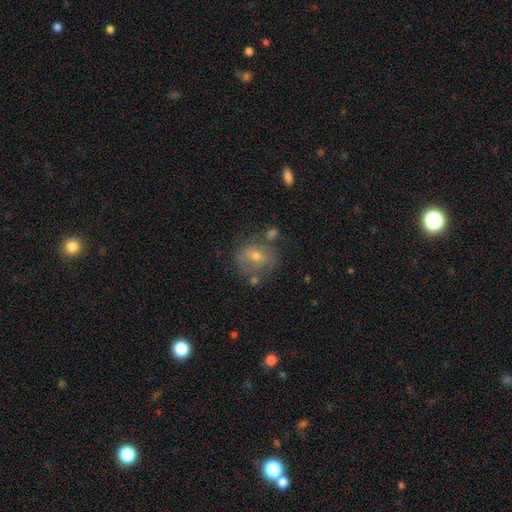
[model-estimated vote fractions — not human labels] A smooth galaxy with no disk features (48%). Merging: none (61%).